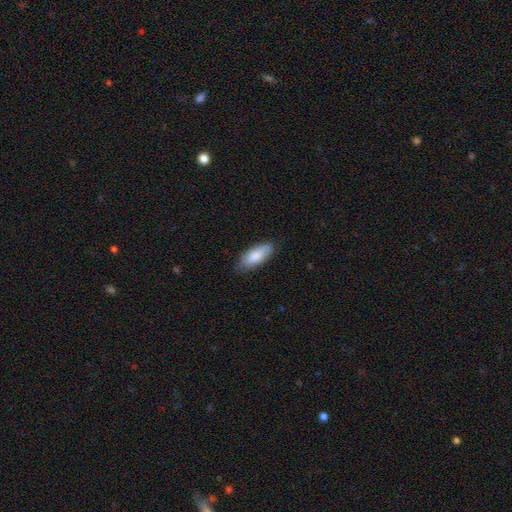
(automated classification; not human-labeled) Overall: smooth (84%). How rounded: in between (79%). Merging: none (79%).